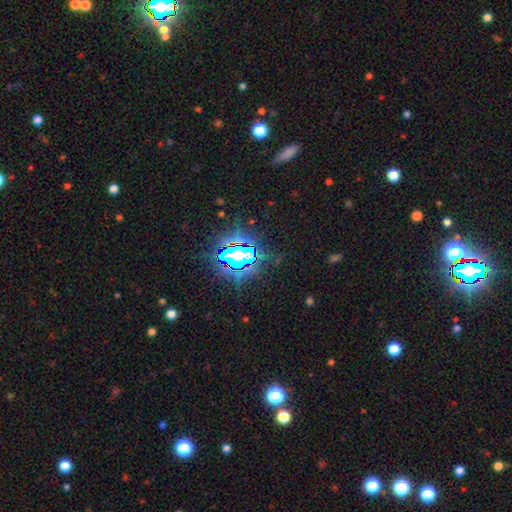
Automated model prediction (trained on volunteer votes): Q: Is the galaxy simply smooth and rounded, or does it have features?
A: star or artifact — 78%.